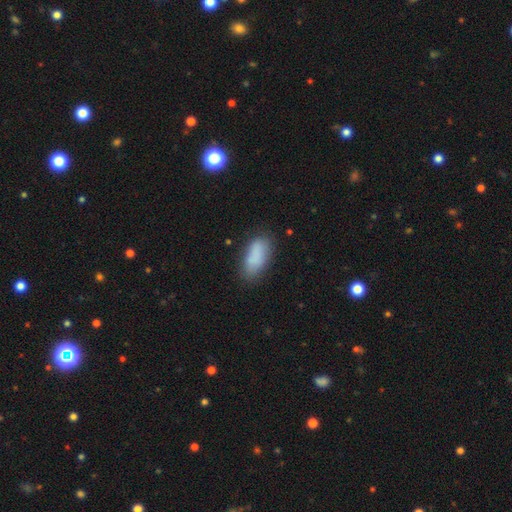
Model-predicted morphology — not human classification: Smooth or featured: smooth — 83% (featured or disk — 9%)
How rounded: in between — 87% (cigar-shaped — 11%)
Merging: none — 72% (minor disturbance — 20%)